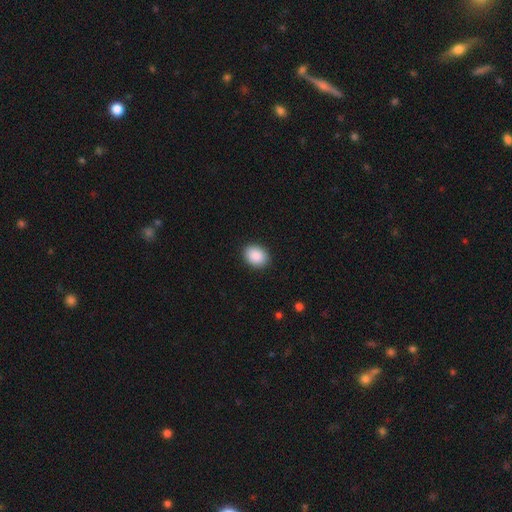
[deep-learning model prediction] Smooth or featured?
  - smooth: 90% *
  - star or artifact: 7%
  - featured or disk: 3%
How rounded?
  - in between: 58% *
  - round: 41%
  - cigar-shaped: 1%
Merging?
  - none: 90% *
  - minor disturbance: 7%
  - major disturbance: 2%
  - merger: 1%